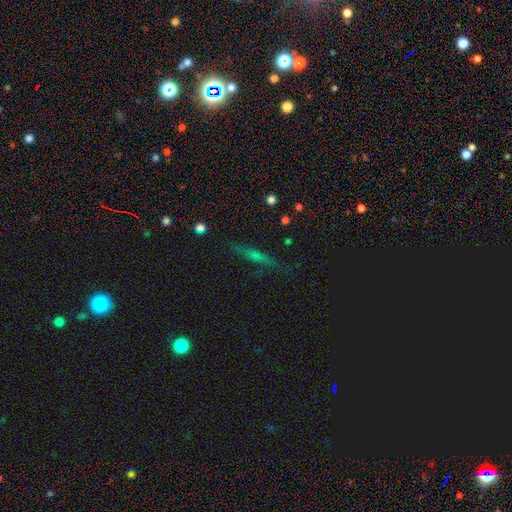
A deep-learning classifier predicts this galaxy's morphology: Smooth or featured? Predicted: featured or disk (p=0.53). Edge-on disk? Predicted: yes (p=0.93). Merging? Predicted: none (p=0.85).